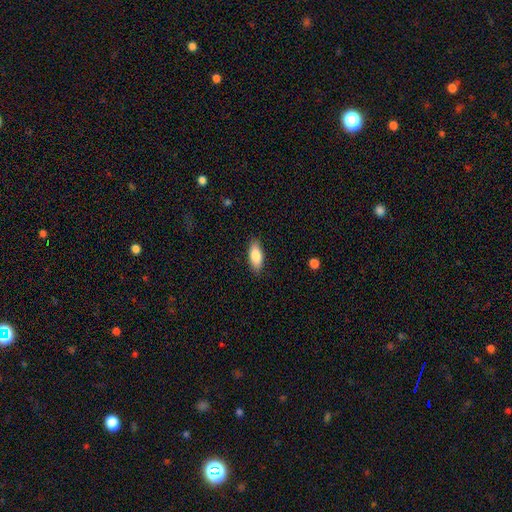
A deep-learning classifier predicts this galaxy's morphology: This appears to be a smooth galaxy with no disk features (84%) that is in between round and cigar-shaped (79%). Merging: none (87%).